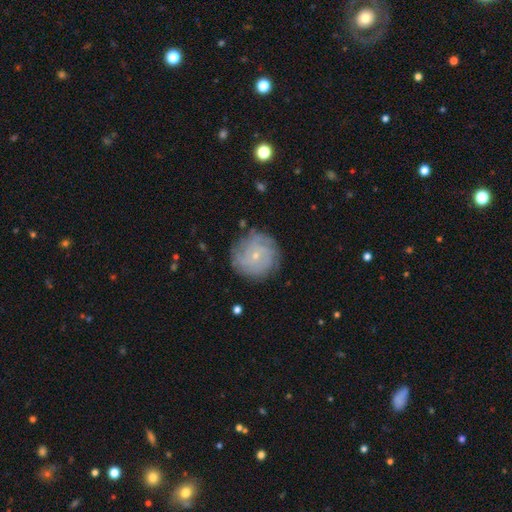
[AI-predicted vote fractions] Smooth or featured? featured or disk (67%)
Edge-on disk? no (97%)
Bar? no (76%)
Spiral arms? yes (86%)
Spiral winding? tight (66%)
Spiral arm count? can't tell (46%)
Bulge size? small (83%)
Merging? none (80%)